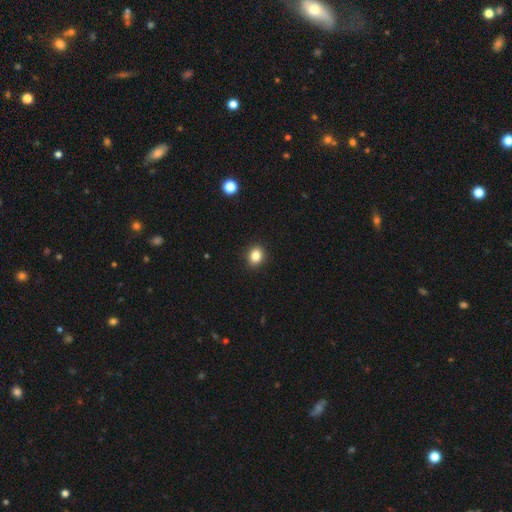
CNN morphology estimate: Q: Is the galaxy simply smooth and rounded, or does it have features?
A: smooth — 85%.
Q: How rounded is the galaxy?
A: round — 56%.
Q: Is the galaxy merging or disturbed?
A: none — 91%.